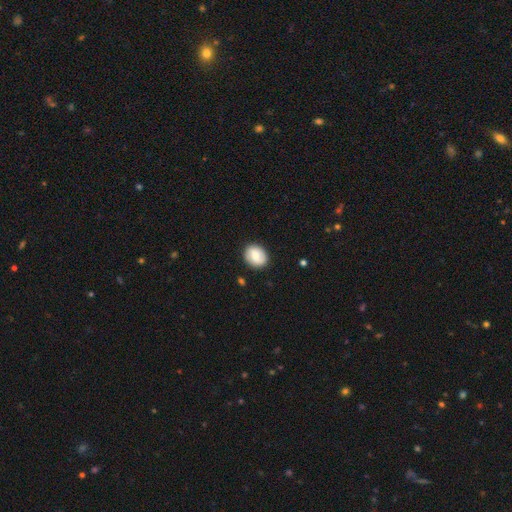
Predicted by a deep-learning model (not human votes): Smooth or featured? smooth (65%)
How rounded? round (59%)
Merging? none (85%)